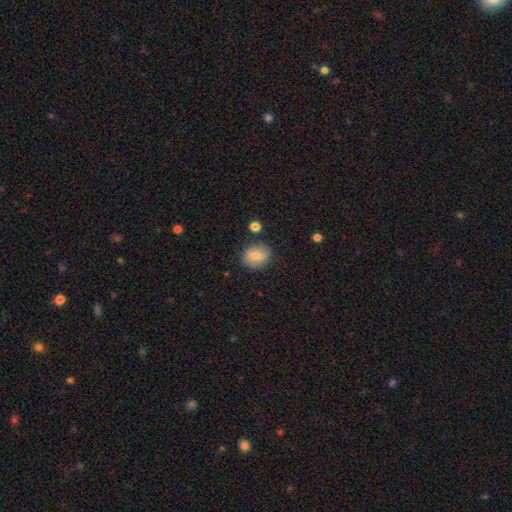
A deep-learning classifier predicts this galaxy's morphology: smooth_or_featured: smooth (p=0.78) [alt: featured or disk p=0.13]
how_rounded: round (p=0.63) [alt: in between p=0.36]
merging: none (p=0.80) [alt: minor disturbance p=0.13]